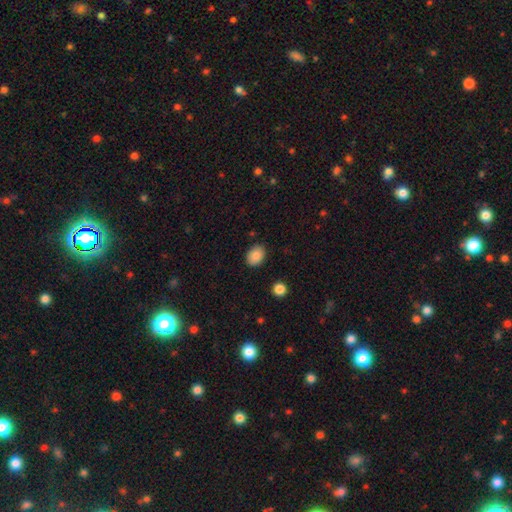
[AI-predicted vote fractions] smooth_or_featured: smooth (p=0.85) [alt: star or artifact p=0.08]
how_rounded: in between (p=0.71) [alt: round p=0.28]
merging: none (p=0.87) [alt: minor disturbance p=0.10]